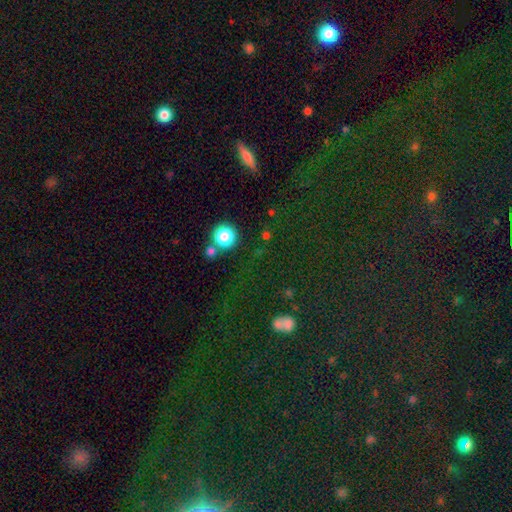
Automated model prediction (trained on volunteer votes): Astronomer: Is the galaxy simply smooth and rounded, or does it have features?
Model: star or artifact — 75%.